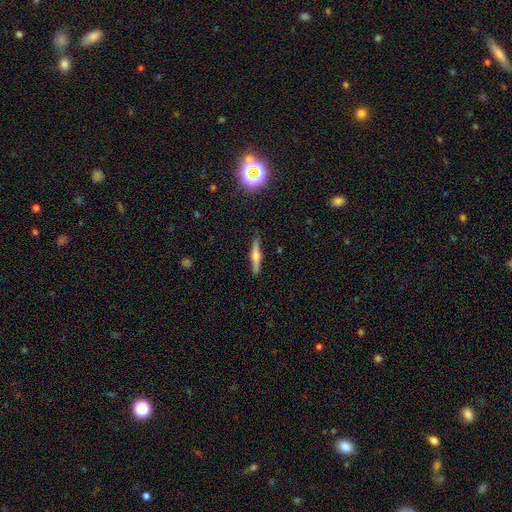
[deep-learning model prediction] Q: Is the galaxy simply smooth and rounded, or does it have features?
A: featured or disk — 61%.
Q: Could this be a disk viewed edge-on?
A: yes — 96%.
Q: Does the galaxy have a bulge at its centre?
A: rounded — 89%.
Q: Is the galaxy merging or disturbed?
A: none — 87%.